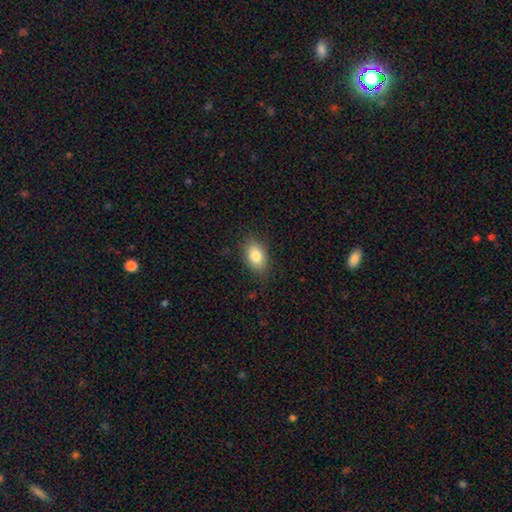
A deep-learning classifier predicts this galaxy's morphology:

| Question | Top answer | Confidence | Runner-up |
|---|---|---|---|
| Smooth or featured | smooth | 83% | featured or disk (9%) |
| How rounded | in between | 86% | round (12%) |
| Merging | none | 84% | minor disturbance (12%) |